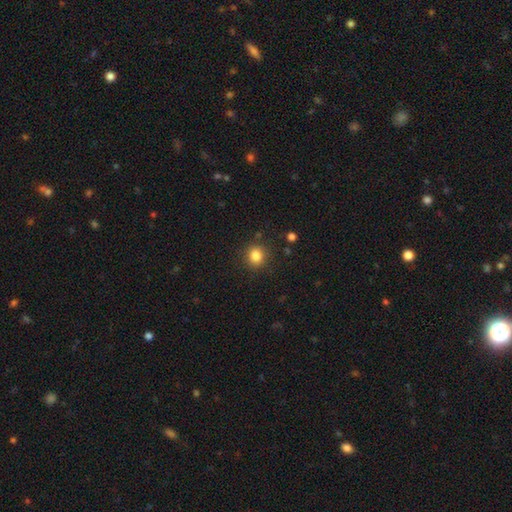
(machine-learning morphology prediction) smooth-or-featured: smooth: 83% | star or artifact: 11% | featured or disk: 5%
  how-rounded: round: 84% | in between: 15% | cigar-shaped: 1%
  merging: none: 88% | minor disturbance: 8% | major disturbance: 3% | merger: 2%